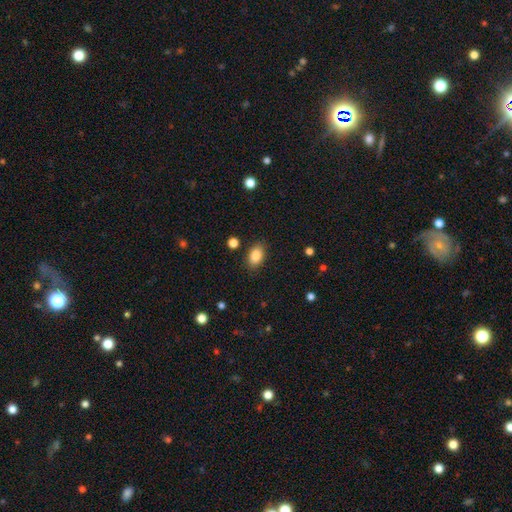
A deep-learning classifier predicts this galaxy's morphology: This is clearly a smooth galaxy (86%). How rounded: clearly in between (87%). Merging: clearly none (86%).